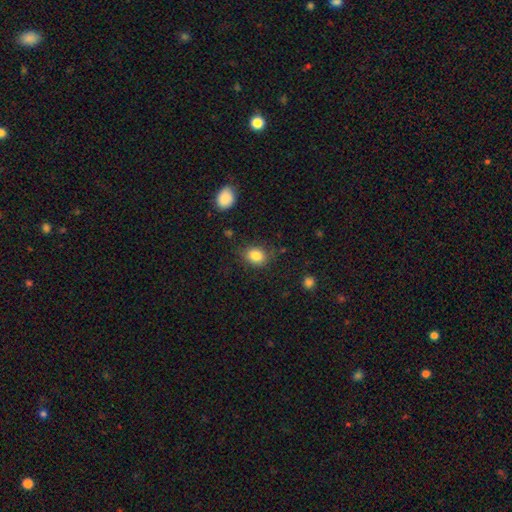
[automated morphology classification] Smooth or featured? Predicted: smooth (p=0.84). How rounded? Predicted: in between (p=0.55). Merging? Predicted: none (p=0.78).